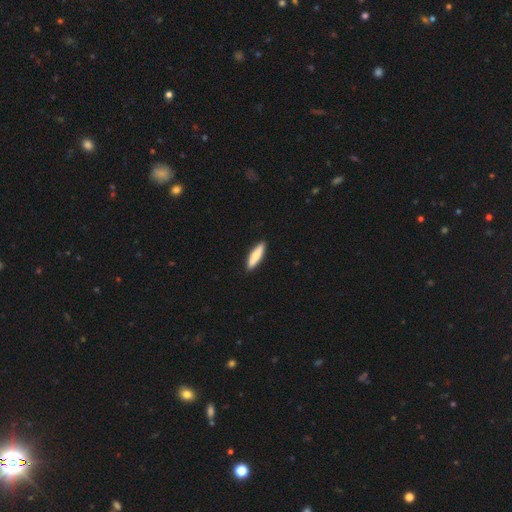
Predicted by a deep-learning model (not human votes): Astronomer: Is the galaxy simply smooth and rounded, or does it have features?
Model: smooth — 73%.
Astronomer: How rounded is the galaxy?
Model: cigar-shaped — 76%.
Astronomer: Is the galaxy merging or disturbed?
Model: none — 91%.